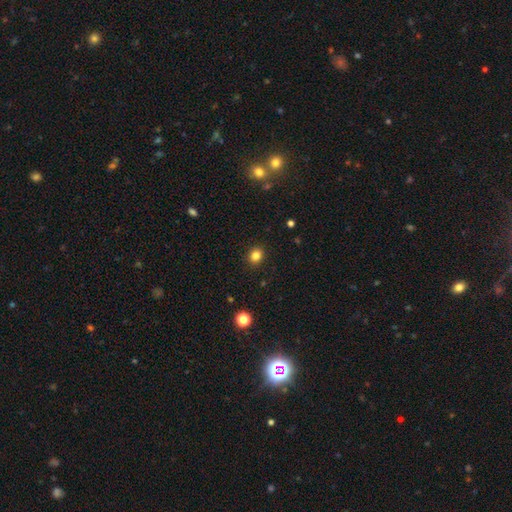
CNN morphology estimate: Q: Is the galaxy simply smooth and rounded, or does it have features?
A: smooth — 83%.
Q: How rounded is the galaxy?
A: round — 68%.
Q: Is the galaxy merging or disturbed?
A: none — 91%.